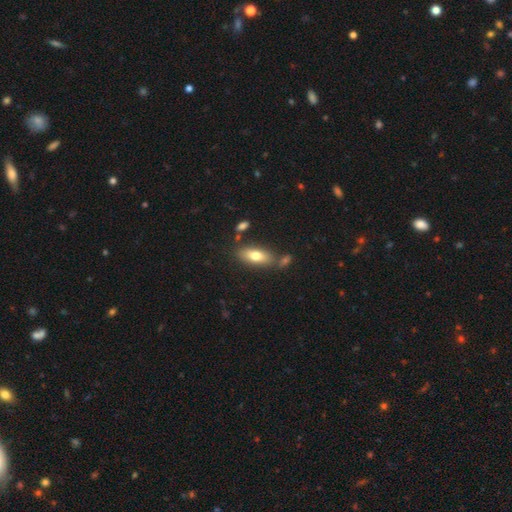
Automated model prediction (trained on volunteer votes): Smooth or featured? smooth (72%)
How rounded? in between (79%)
Merging? none (72%)